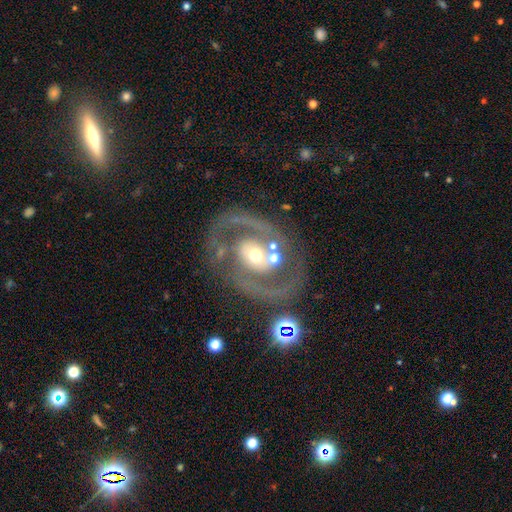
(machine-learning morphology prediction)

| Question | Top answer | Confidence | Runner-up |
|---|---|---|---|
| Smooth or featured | featured or disk | 83% | smooth (10%) |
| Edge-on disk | no | 97% | yes (3%) |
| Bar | no | 61% | weak (25%) |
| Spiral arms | yes | 83% | no (17%) |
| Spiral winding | medium | 52% | tight (29%) |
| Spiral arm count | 2 | 85% | can't tell (6%) |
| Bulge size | moderate | 66% | small (22%) |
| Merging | none | 65% | minor disturbance (16%) |